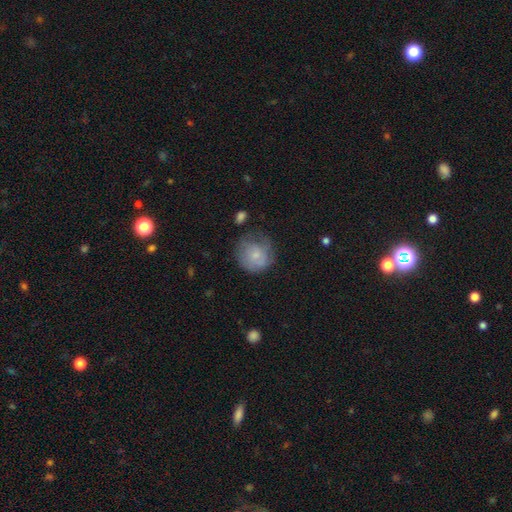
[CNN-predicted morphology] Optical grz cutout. It shows a smooth galaxy with no disk features (64%) that is round (85%). Merging: none (50%).